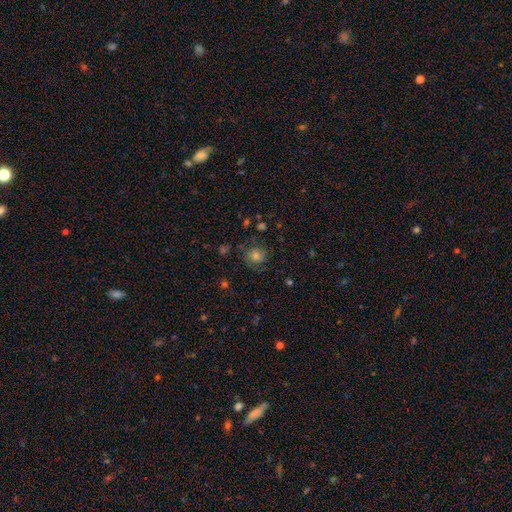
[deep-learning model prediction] The model was most divided on "smooth or featured": smooth: 55%, featured or disk: 26%, star or artifact: 19%. More confident: how rounded — round (85%); merging — none (74%).